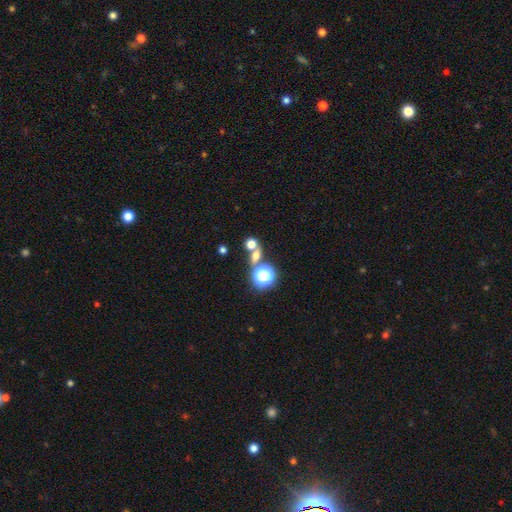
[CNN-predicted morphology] Smooth or featured? Predicted: smooth (p=0.60). How rounded? Predicted: round (p=0.73). Merging? Predicted: none (p=0.52).